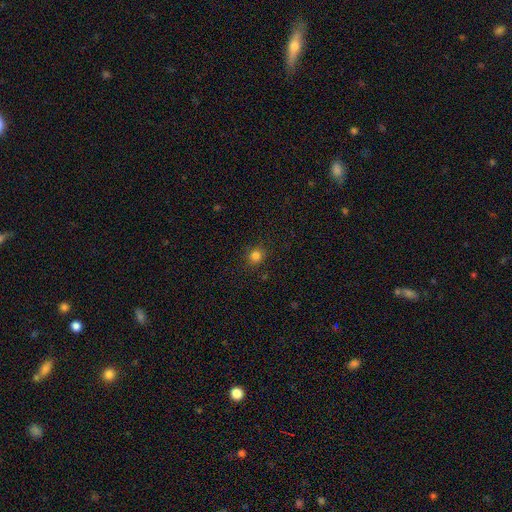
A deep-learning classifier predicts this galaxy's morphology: This is clearly a smooth galaxy (82%). How rounded: clearly round (84%). Merging: clearly none (86%).